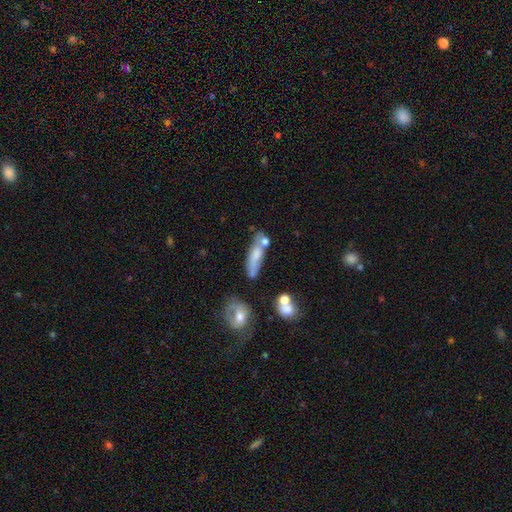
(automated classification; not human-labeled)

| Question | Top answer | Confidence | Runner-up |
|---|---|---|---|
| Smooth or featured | smooth | 58% | featured or disk (32%) |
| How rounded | cigar-shaped | 52% | in between (44%) |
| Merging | none | 43% | merger (24%) |